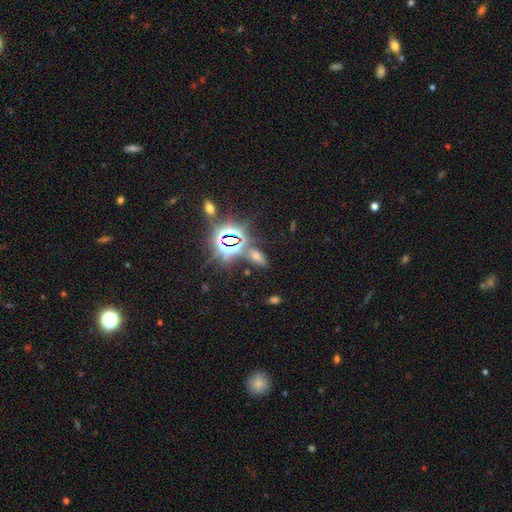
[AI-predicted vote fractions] Smooth or featured? star or artifact (54%)